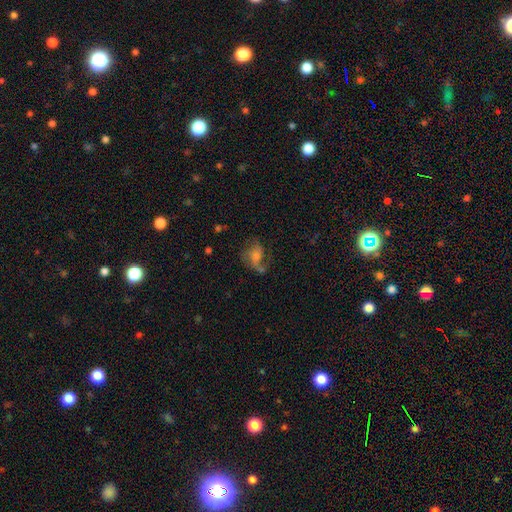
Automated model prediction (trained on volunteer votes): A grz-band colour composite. It shows a featured or disk galaxy (56%) with no bar (60%), spiral arms (79%) and a moderate central bulge (36%). Merging: none (43%).